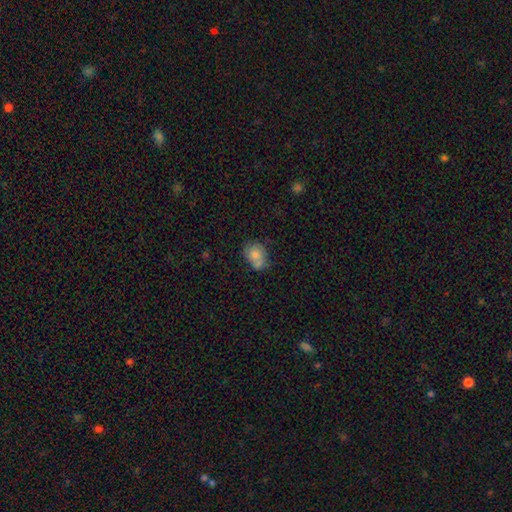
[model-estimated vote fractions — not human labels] smooth 72%, featured or disk 18%, star or artifact 9%. Down the decision tree: how rounded — in between (54%); merging — none (44%).